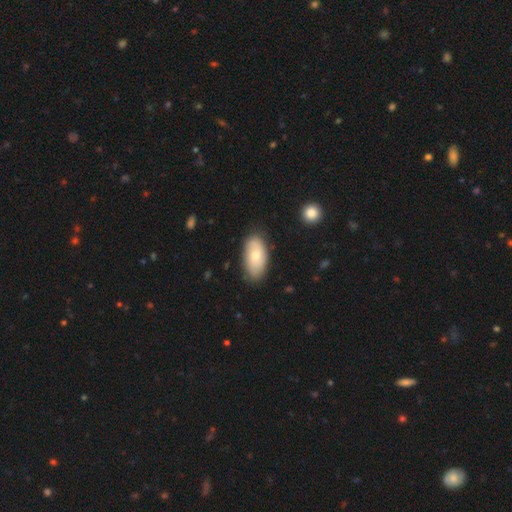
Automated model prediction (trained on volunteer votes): A smooth galaxy with no disk features (68%) that is in between round and cigar-shaped (94%).

Vote fractions:
- Smooth or featured? smooth: 68% / featured or disk: 27% / star or artifact: 6%
- How rounded? in between: 94% / round: 3% / cigar-shaped: 3%
- Merging? none: 78% / minor disturbance: 17% / major disturbance: 3% / merger: 2%